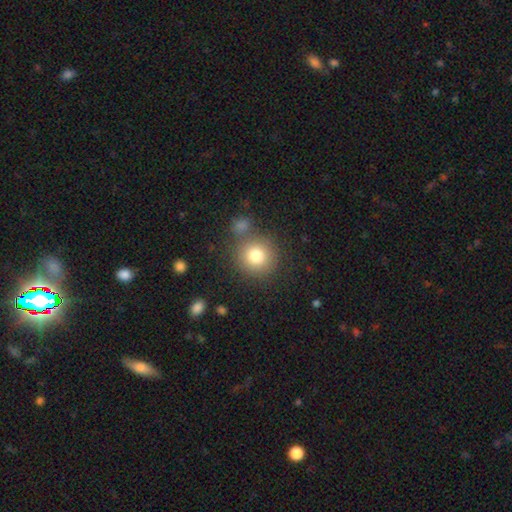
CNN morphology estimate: The model was most divided on "merging": none: 73%, merger: 14%, minor disturbance: 9%, major disturbance: 4%. More confident: how rounded — round (92%); smooth or featured — smooth (80%).